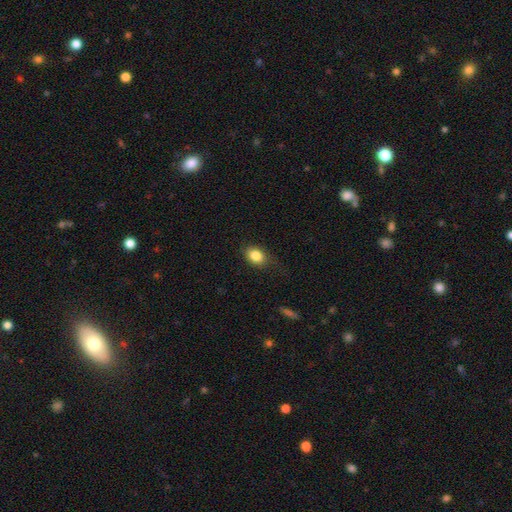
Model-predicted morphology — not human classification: type=smooth (84%); roundness=in between (62%); merging=none (76%).